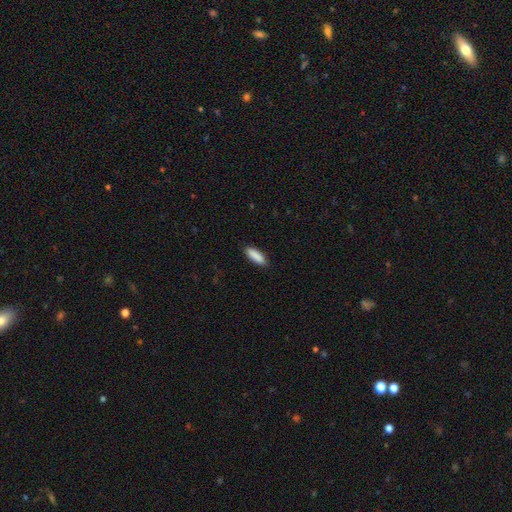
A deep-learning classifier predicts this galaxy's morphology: Overall: smooth (89%). How rounded: in between (52%; cigar-shaped 47%). Merging: none (89%).